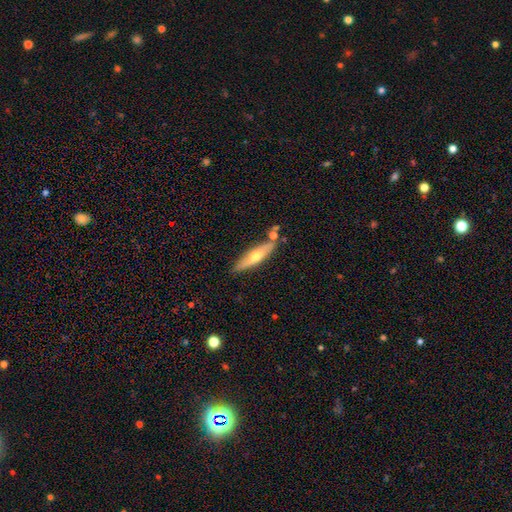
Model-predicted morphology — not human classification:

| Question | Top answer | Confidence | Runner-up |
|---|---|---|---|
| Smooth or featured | featured or disk | 49% | smooth (45%) |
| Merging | none | 77% | minor disturbance (13%) |